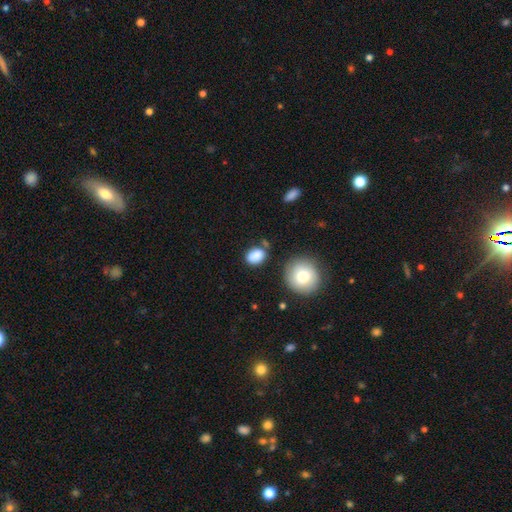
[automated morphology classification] Smooth or featured?
  - smooth: 86% *
  - star or artifact: 8%
  - featured or disk: 6%
How rounded?
  - in between: 67% *
  - round: 32%
  - cigar-shaped: 1%
Merging?
  - none: 72% *
  - minor disturbance: 16%
  - merger: 7%
  - major disturbance: 5%